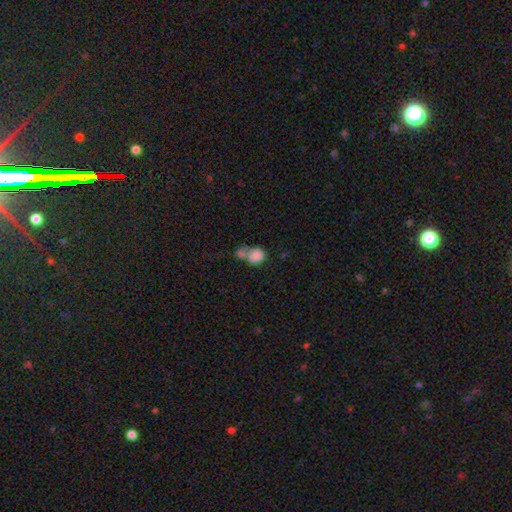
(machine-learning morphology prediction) A smooth galaxy with no disk features (82%) that is round (67%). Merging: merger (54%).